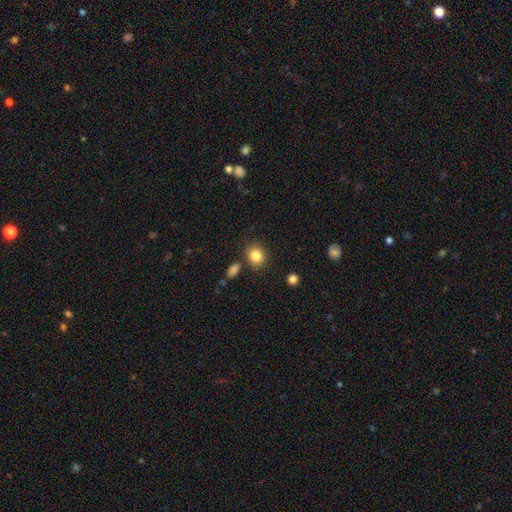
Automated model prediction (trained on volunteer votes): Smooth or featured: smooth — 84% (star or artifact — 10%)
How rounded: round — 70% (in between — 29%)
Merging: none — 81% (minor disturbance — 10%)